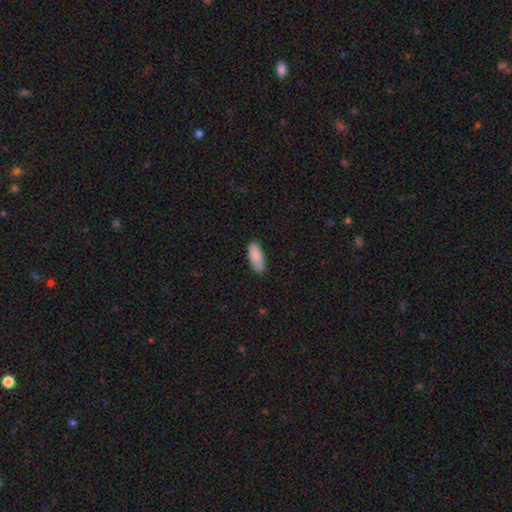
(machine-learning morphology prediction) Smooth or featured: smooth — 88% (featured or disk — 6%)
How rounded: in between — 82% (cigar-shaped — 17%)
Merging: none — 84% (minor disturbance — 13%)